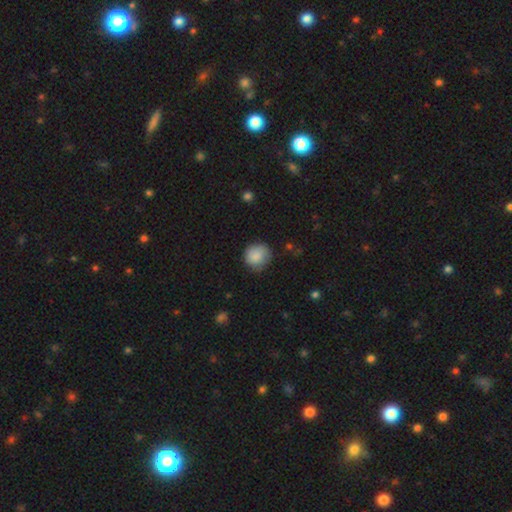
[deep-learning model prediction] smooth_or_featured: smooth (p=0.87) [alt: star or artifact p=0.07]
how_rounded: round (p=0.86) [alt: in between p=0.13]
merging: none (p=0.74) [alt: minor disturbance p=0.20]